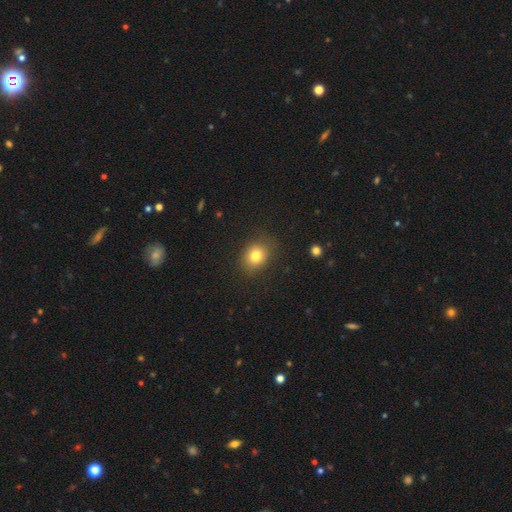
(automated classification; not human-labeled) Overall: smooth (80%). How rounded: round (62%; in between 38%). Merging: none (84%).